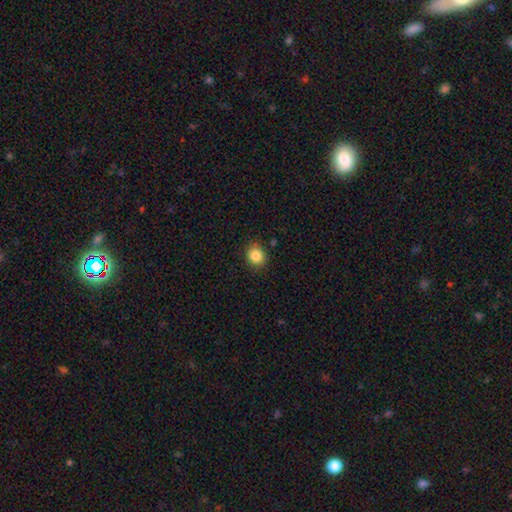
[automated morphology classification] Q: Smooth or featured?
A: smooth (85%); runner-up: star or artifact (10%)
Q: How rounded?
A: round (76%); runner-up: in between (23%)
Q: Merging?
A: none (86%); runner-up: minor disturbance (10%)